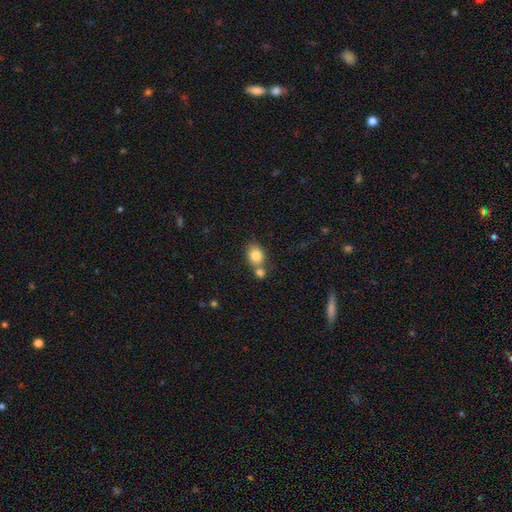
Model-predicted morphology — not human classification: Smooth or featured: smooth — 82% (star or artifact — 9%)
How rounded: round — 50% (in between — 49%)
Merging: none — 48% (merger — 38%)